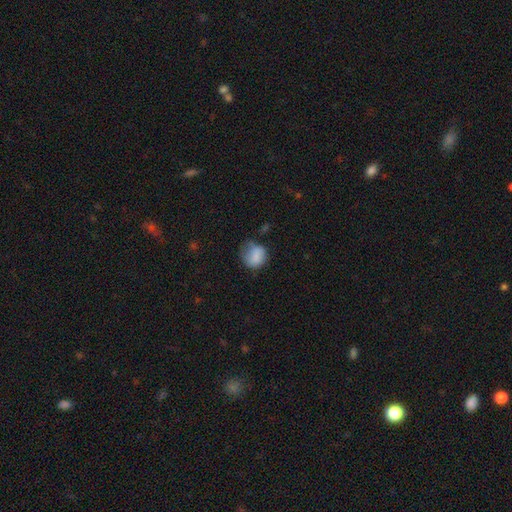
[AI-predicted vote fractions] smooth 79%, featured or disk 12%, star or artifact 8%. Down the decision tree: how rounded — round (72%); merging — none (48%).